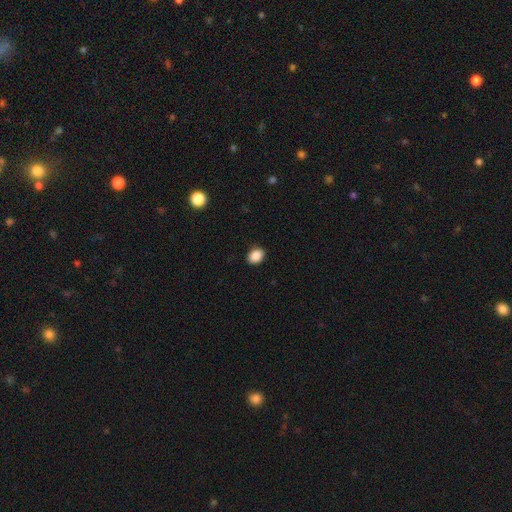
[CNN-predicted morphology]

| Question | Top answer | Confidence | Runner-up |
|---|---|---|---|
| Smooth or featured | smooth | 89% | star or artifact (8%) |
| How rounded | in between | 67% | round (32%) |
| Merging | none | 89% | minor disturbance (8%) |